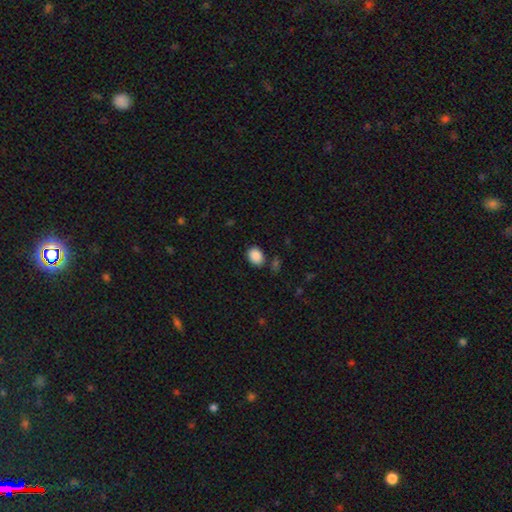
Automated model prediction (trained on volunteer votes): A smooth galaxy with no disk features (88%) that is in between round and cigar-shaped (58%). Merging: none (80%).